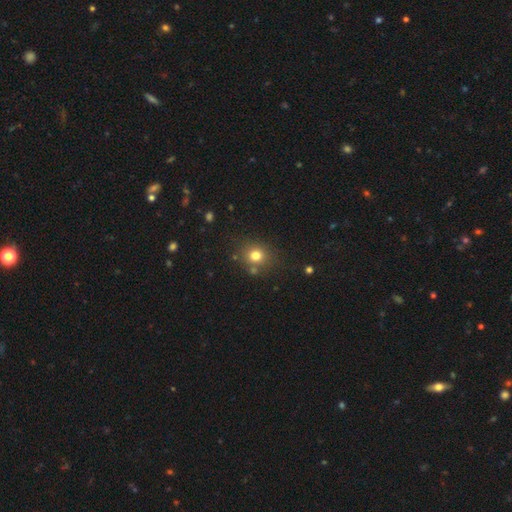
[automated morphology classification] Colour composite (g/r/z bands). It shows a smooth galaxy with no disk features (77%) that is round (81%). Merging: none (78%).